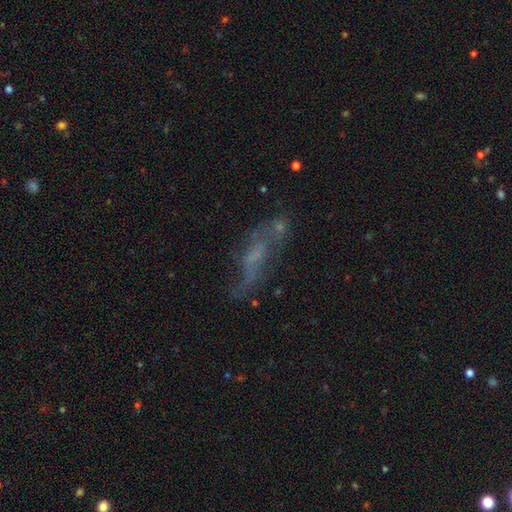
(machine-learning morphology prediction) Smooth or featured? Predicted: featured or disk (p=0.52). Edge-on disk? Predicted: no (p=0.76). Merging? Predicted: none (p=0.49).